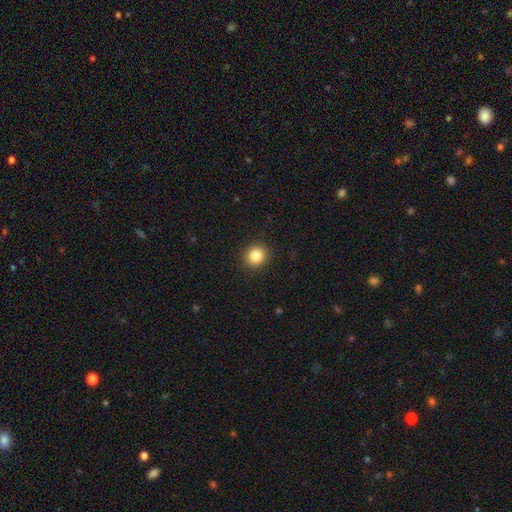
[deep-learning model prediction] Overall: smooth (85%). How rounded: round (88%). Merging: none (92%).